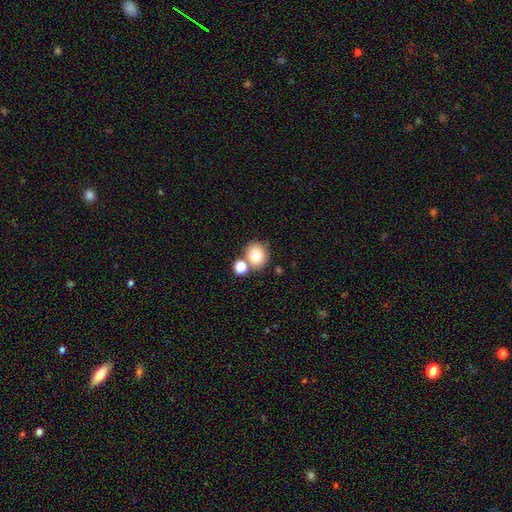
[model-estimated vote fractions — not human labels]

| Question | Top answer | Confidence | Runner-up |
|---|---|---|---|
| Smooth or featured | smooth | 79% | star or artifact (11%) |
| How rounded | round | 80% | in between (19%) |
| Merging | none | 62% | merger (27%) |